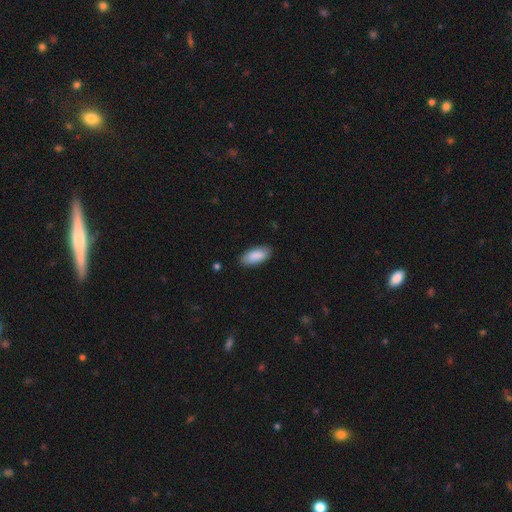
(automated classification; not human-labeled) Morphology: type=smooth (89%); roundness=in between (88%); merging=none (85%).